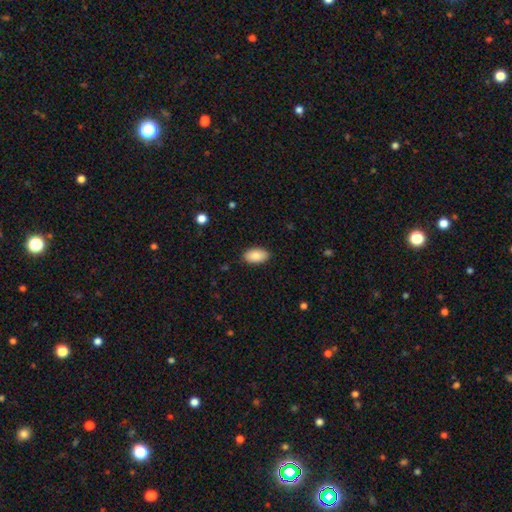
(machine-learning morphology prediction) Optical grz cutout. It shows a smooth galaxy with no disk features (88%) that is in between round and cigar-shaped (95%). Merging: none (87%).